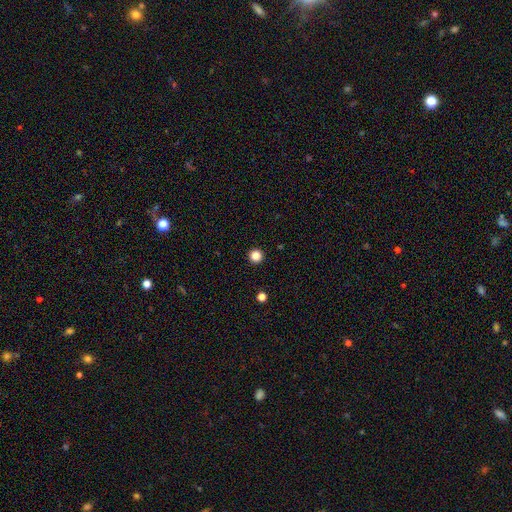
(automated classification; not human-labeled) This is clearly a smooth galaxy (85%). How rounded: clearly round (96%). Merging: clearly none (94%).